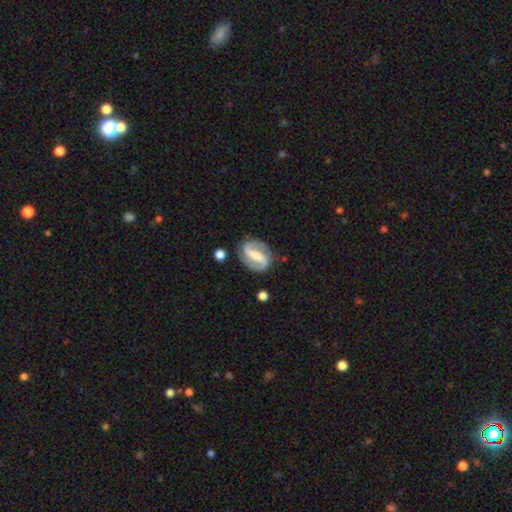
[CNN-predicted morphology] Smooth or featured? featured or disk (82%)
Edge-on disk? no (97%)
Bar? strong (60%)
Spiral arms? yes (94%)
Spiral winding? medium (45%)
Spiral arm count? 2 (91%)
Bulge size? moderate (37%)
Merging? none (80%)